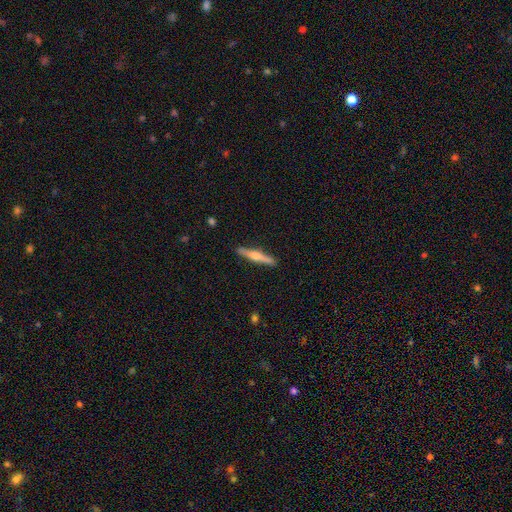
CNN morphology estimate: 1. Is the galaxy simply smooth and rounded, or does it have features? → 65% featured or disk, 30% smooth, 5% star or artifact.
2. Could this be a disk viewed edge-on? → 97% yes, 3% no.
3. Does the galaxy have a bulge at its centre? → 89% rounded, 6% none, 5% boxy.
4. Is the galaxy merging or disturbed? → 91% none, 7% minor disturbance, 1% major disturbance, 1% merger.